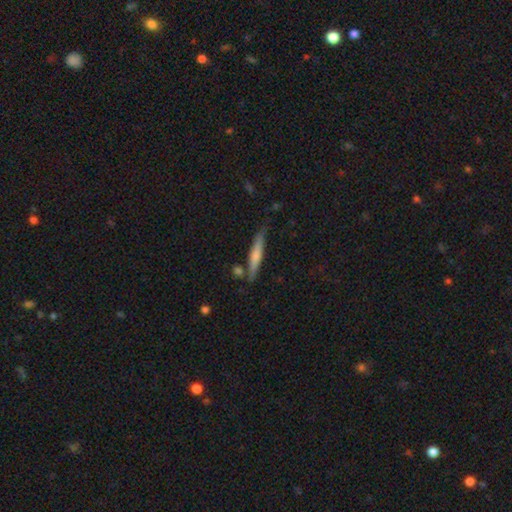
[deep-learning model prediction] The model was most divided on "smooth or featured": smooth: 55%, featured or disk: 39%, star or artifact: 6%. More confident: how rounded — cigar-shaped (92%); merging — none (77%).